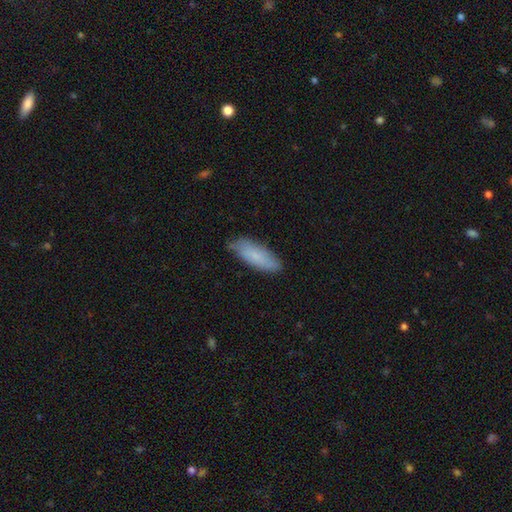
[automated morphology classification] A smooth galaxy with no disk features (81%) that is in between round and cigar-shaped (60%).

Vote fractions:
- Smooth or featured? smooth: 81% / featured or disk: 13% / star or artifact: 6%
- How rounded? in between: 60% / cigar-shaped: 38% / round: 2%
- Merging? none: 78% / minor disturbance: 18% / major disturbance: 3% / merger: 1%